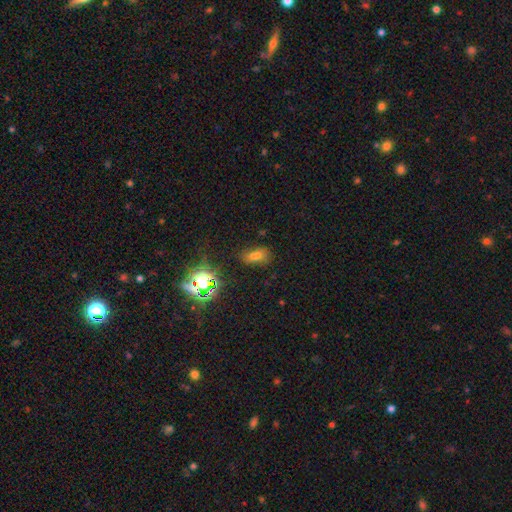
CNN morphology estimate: A smooth galaxy with no disk features (56%) that is in between round and cigar-shaped (77%).

Vote fractions:
- Smooth or featured? smooth: 56% / star or artifact: 30% / featured or disk: 14%
- How rounded? in between: 77% / round: 18% / cigar-shaped: 5%
- Merging? none: 51% / merger: 28% / minor disturbance: 14% / major disturbance: 7%